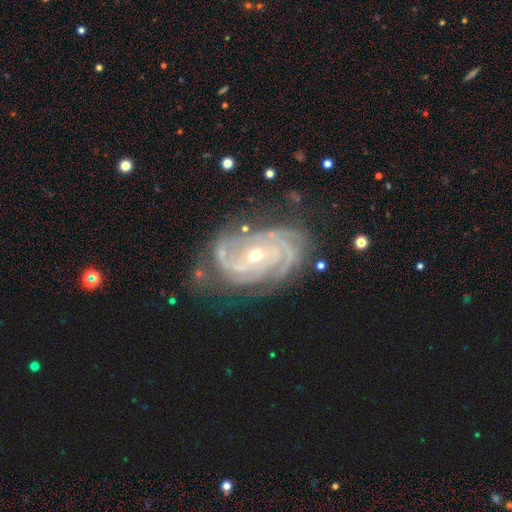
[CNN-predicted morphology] This appears to be a featured or disk galaxy (91%) with no bar (50%), 3 (29%) tight (69%) spiral arms (98%) and a moderate central bulge (49%). Merging: none (69%).